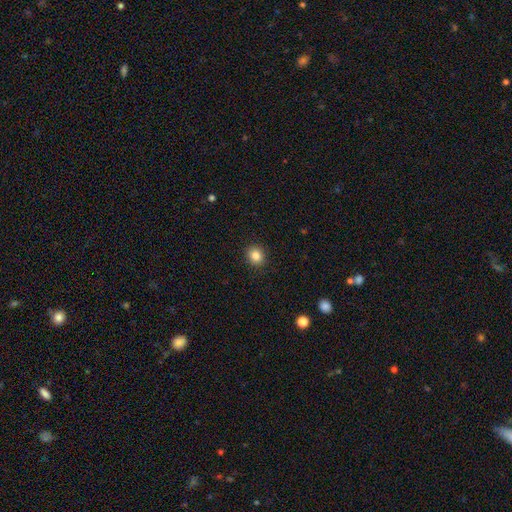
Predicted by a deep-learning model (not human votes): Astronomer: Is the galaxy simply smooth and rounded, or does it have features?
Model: smooth — 85%.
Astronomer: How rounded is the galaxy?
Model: round — 78%.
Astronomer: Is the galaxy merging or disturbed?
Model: none — 91%.